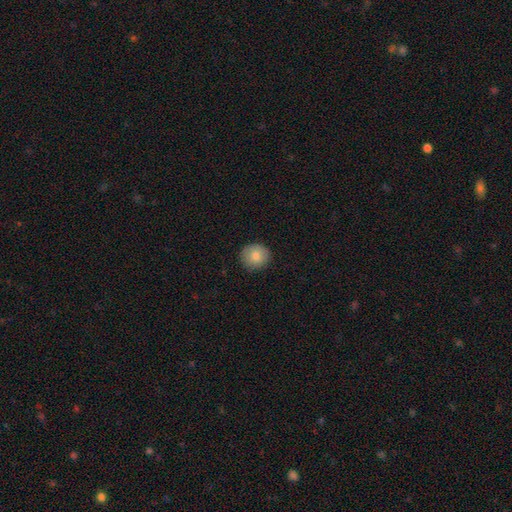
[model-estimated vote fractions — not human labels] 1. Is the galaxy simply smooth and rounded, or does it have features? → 81% smooth, 10% featured or disk, 8% star or artifact.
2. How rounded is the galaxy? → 89% round, 10% in between, 1% cigar-shaped.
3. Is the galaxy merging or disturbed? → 88% none, 9% minor disturbance, 2% major disturbance, 1% merger.